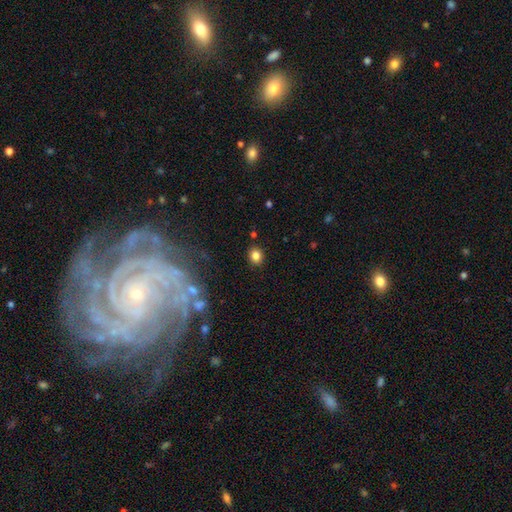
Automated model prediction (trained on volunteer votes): smooth_or_featured: smooth (p=0.82) [alt: star or artifact p=0.11]
how_rounded: round (p=0.65) [alt: in between p=0.35]
merging: none (p=0.87) [alt: minor disturbance p=0.08]